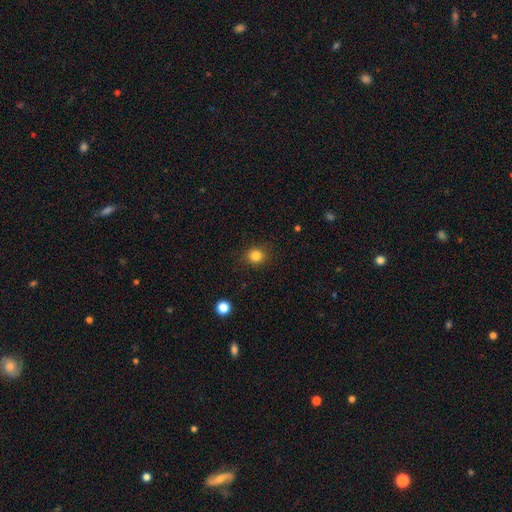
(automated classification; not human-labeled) The model was most divided on "smooth or featured": smooth: 83%, star or artifact: 12%, featured or disk: 5%. More confident: merging — none (89%); how rounded — round (86%).